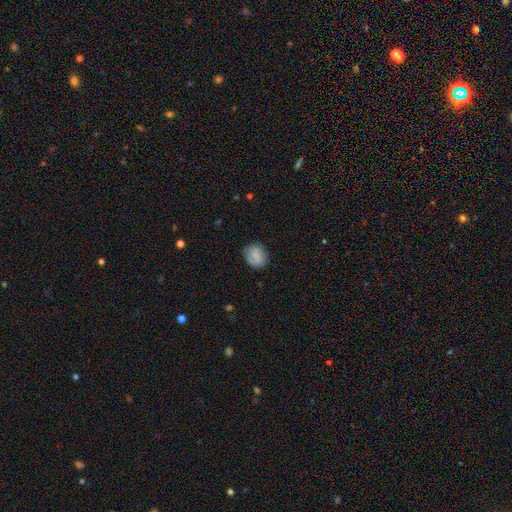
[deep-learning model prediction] Smooth or featured?
  - smooth: 67% *
  - featured or disk: 24%
  - star or artifact: 9%
How rounded?
  - round: 56% *
  - in between: 42%
  - cigar-shaped: 1%
Merging?
  - none: 75% *
  - minor disturbance: 18%
  - major disturbance: 5%
  - merger: 2%